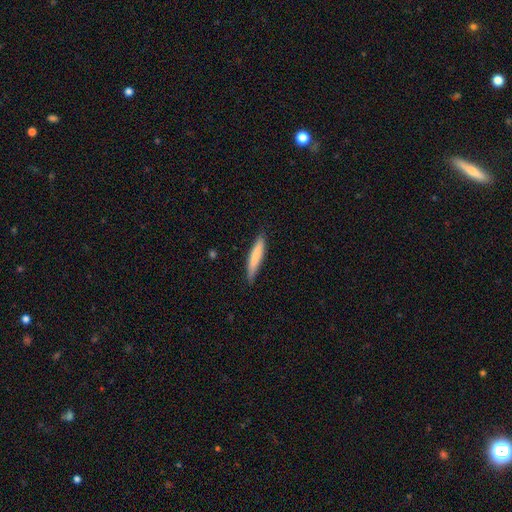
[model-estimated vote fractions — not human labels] Morphology: type=smooth (78%); roundness=cigar-shaped (91%); merging=none (82%).